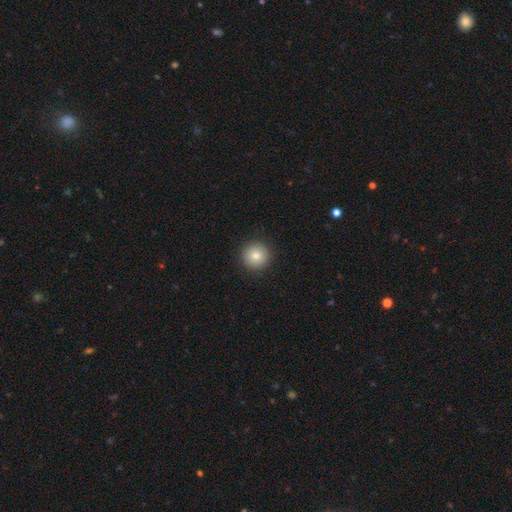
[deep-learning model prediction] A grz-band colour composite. It shows a smooth galaxy with no disk features (82%) that is round (96%). Merging: none (92%).